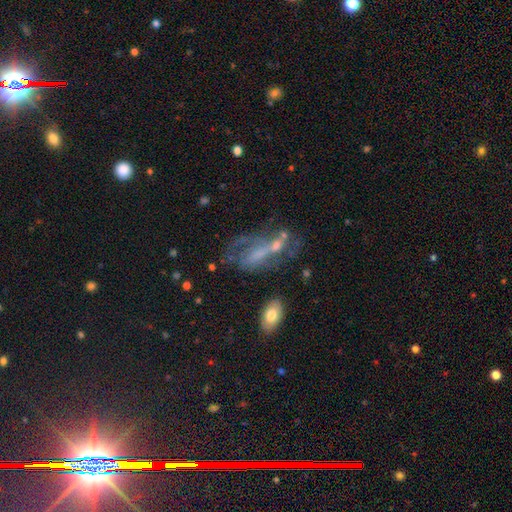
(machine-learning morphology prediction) This appears to be a featured or disk galaxy (58%). Merging: major disturbance (35%).